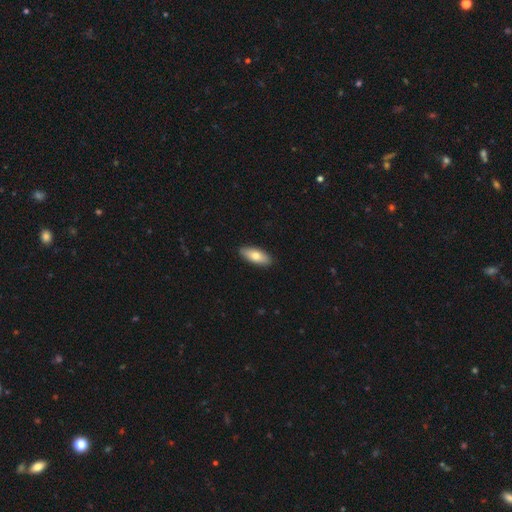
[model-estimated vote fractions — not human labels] Smooth or featured? Predicted: smooth (p=0.73). How rounded? Predicted: in between (p=0.78). Merging? Predicted: none (p=0.90).